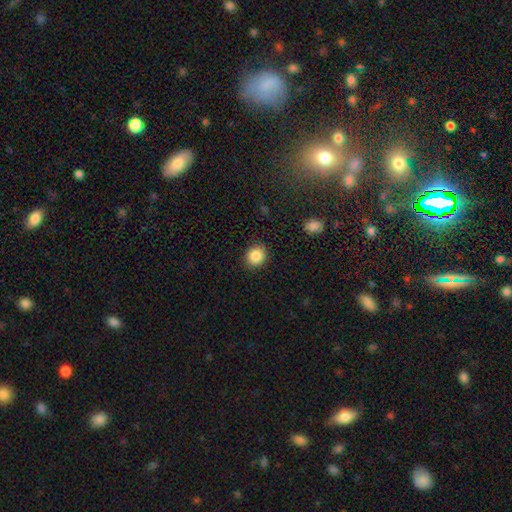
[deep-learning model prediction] The model was most divided on "how rounded": round: 78%, in between: 21%, cigar-shaped: 1%. More confident: merging — none (89%); smooth or featured — smooth (86%).